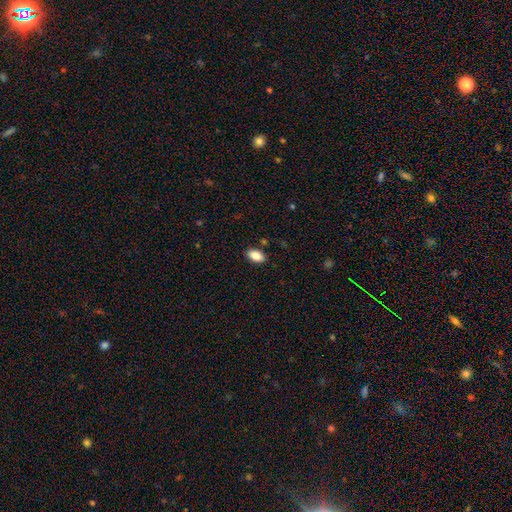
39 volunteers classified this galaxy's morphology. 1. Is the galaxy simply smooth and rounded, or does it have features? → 87% smooth, 10% featured or disk, 3% star or artifact.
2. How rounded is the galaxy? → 94% in between, 6% cigar-shaped, 0% round.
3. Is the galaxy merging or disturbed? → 95% none, 3% minor disturbance, 3% merger, 0% major disturbance.